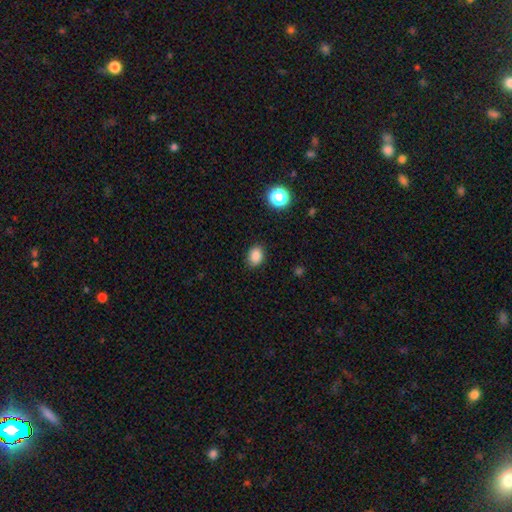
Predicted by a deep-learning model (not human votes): smooth 85%, star or artifact 11%, featured or disk 4%. Down the decision tree: how rounded — in between (64%); merging — none (87%).